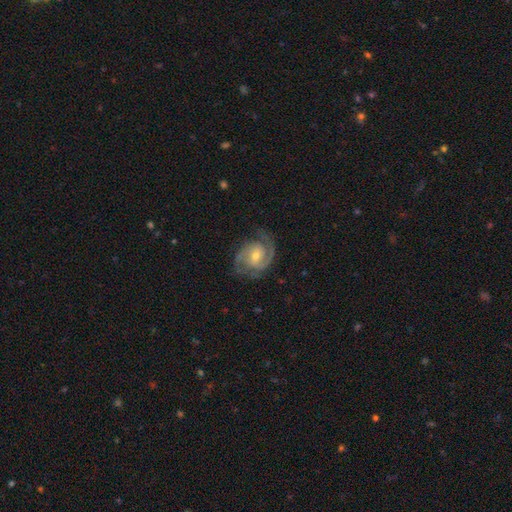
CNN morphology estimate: A featured or disk galaxy (89%) with no bar (51%), 2 (80%) medium (49%) spiral arms (97%) and a moderate central bulge (50%).

Vote fractions:
- Smooth or featured? featured or disk: 89% / smooth: 6% / star or artifact: 5%
- Edge-on disk? no: 98% / yes: 2%
- Bar? no: 51% / weak: 38% / strong: 11%
- Spiral arms? yes: 97% / no: 3%
- Spiral winding? medium: 49% / tight: 40% / loose: 11%
- Spiral arm count? 2: 80% / 3: 9% / can't tell: 5% / 1: 3% / 4: 2% / more than 4: 2%
- Bulge size? moderate: 50% / small: 46% / large: 2% / none: 1% / dominant: 1%
- Merging? none: 74% / minor disturbance: 17% / major disturbance: 8% / merger: 1%